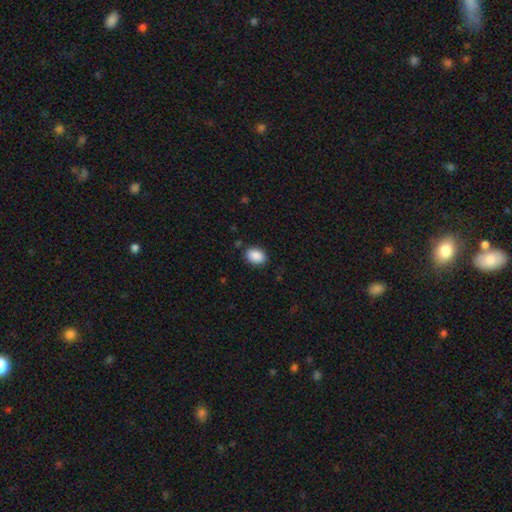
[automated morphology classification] smooth-or-featured: smooth: 90% | star or artifact: 7% | featured or disk: 3%
  how-rounded: in between: 80% | round: 19% | cigar-shaped: 1%
  merging: none: 87% | minor disturbance: 9% | major disturbance: 2% | merger: 1%